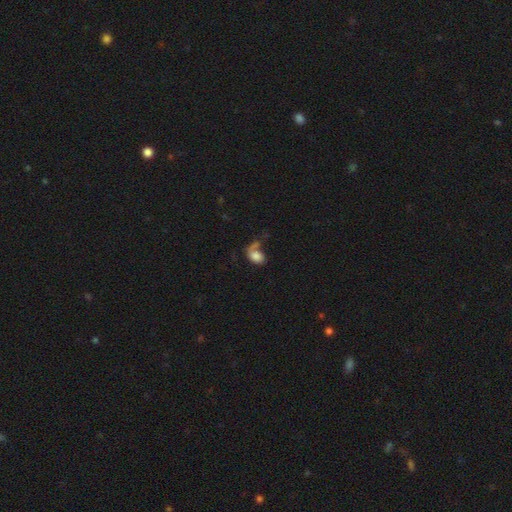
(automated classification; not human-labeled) Q: Smooth or featured?
A: smooth (68%); runner-up: featured or disk (22%)
Q: How rounded?
A: in between (80%); runner-up: round (19%)
Q: Merging?
A: major disturbance (31%); runner-up: none (28%)